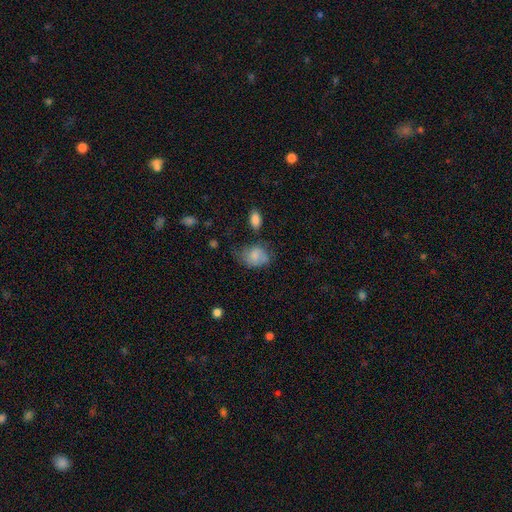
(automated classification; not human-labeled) Smooth or featured?
  - smooth: 75% *
  - featured or disk: 17%
  - star or artifact: 9%
How rounded?
  - in between: 65% *
  - round: 34%
  - cigar-shaped: 1%
Merging?
  - none: 40% *
  - minor disturbance: 34%
  - major disturbance: 19%
  - merger: 7%